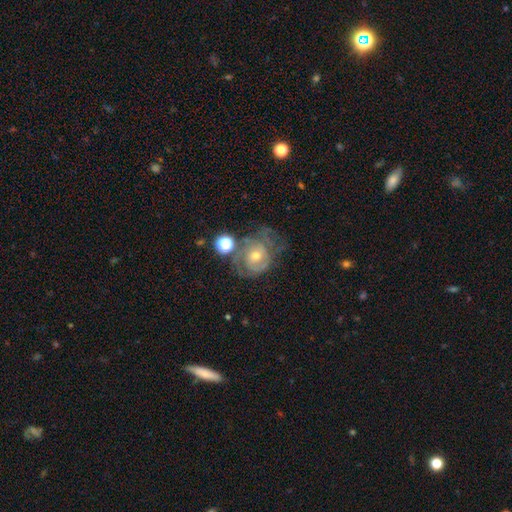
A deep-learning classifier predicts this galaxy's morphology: A featured or disk galaxy (74%) with no bar (66%), tight (60%) spiral arms (85%) and a moderate central bulge (52%).

Vote fractions:
- Smooth or featured? featured or disk: 74% / smooth: 16% / star or artifact: 10%
- Edge-on disk? no: 97% / yes: 3%
- Bar? no: 66% / weak: 29% / strong: 6%
- Spiral arms? yes: 85% / no: 15%
- Spiral winding? tight: 60% / medium: 31% / loose: 9%
- Spiral arm count? can't tell: 44% / 2: 30% / 3: 13% / 1: 6% / 4: 4% / more than 4: 3%
- Bulge size? moderate: 52% / small: 43% / large: 3% / none: 2% / dominant: 1%
- Merging? none: 48% / minor disturbance: 23% / major disturbance: 20% / merger: 9%